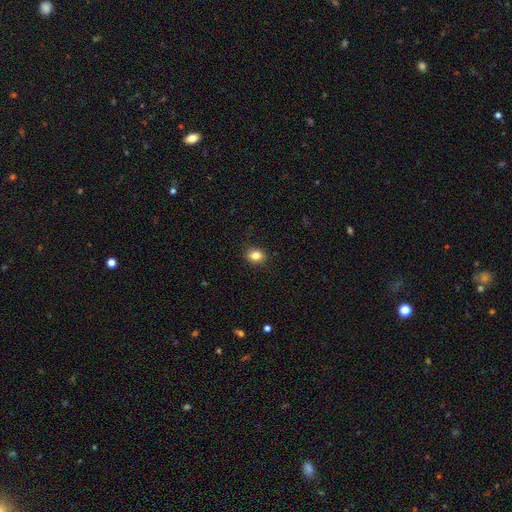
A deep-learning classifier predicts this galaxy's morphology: smooth 83%, star or artifact 10%, featured or disk 6%. Down the decision tree: how rounded — in between (50%); merging — none (88%).